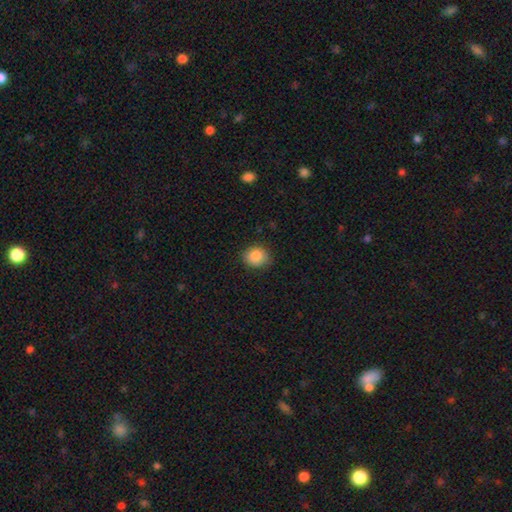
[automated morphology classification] smooth-or-featured: smooth: 86% | star or artifact: 9% | featured or disk: 5%
  how-rounded: round: 74% | in between: 25% | cigar-shaped: 1%
  merging: none: 84% | minor disturbance: 12% | major disturbance: 3% | merger: 1%